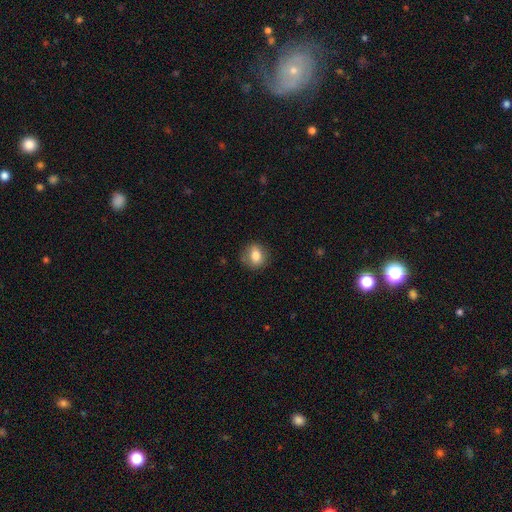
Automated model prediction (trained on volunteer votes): A smooth galaxy with no disk features (80%) that is round (63%).

Vote fractions:
- Smooth or featured? smooth: 80% / featured or disk: 11% / star or artifact: 9%
- How rounded? round: 63% / in between: 36% / cigar-shaped: 1%
- Merging? none: 80% / minor disturbance: 15% / major disturbance: 4% / merger: 1%